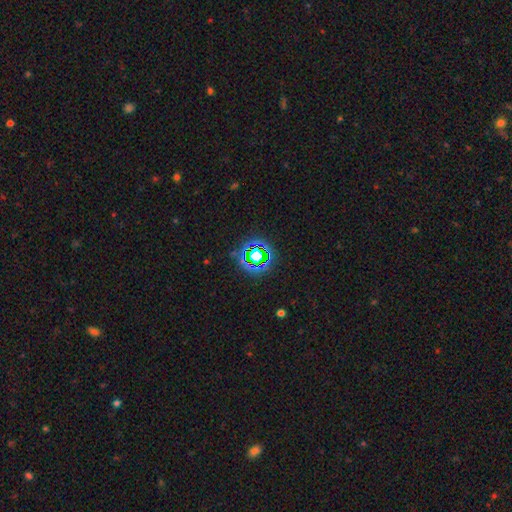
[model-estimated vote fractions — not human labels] Smooth or featured: star or artifact — 66% (smooth — 23%)